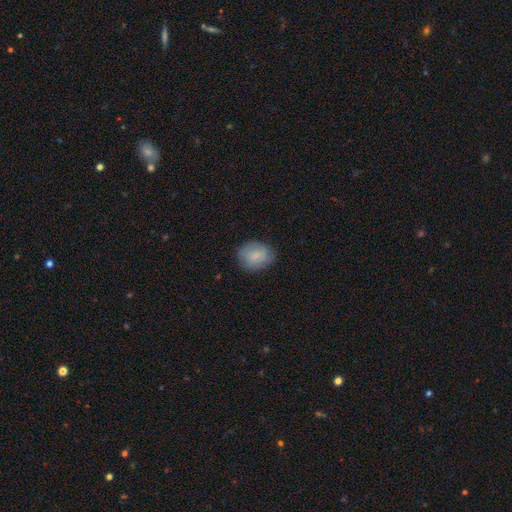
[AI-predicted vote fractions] Morphology: type=smooth (73%); roundness=round (61%); merging=none (78%).